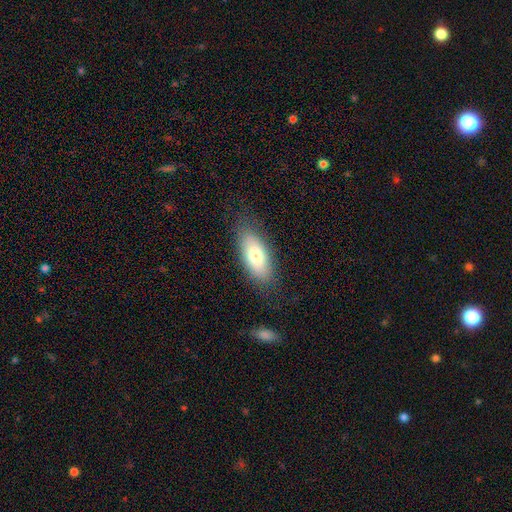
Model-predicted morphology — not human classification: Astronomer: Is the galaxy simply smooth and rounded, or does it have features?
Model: smooth — 74%.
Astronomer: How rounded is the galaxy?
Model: in between — 84%.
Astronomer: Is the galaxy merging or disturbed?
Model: none — 81%.